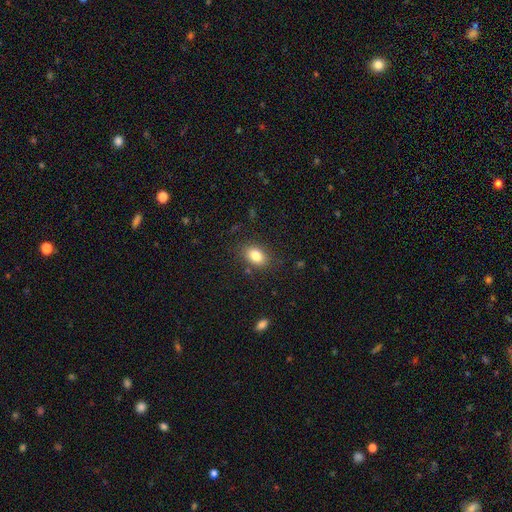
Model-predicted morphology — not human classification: Smooth or featured? smooth (82%)
How rounded? in between (82%)
Merging? none (83%)